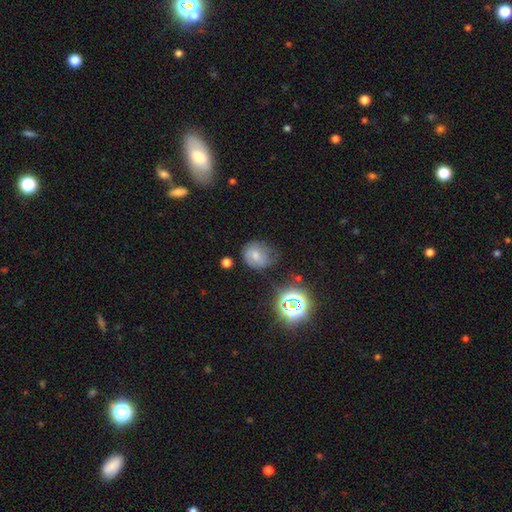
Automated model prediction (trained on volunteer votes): Smooth or featured: smooth — 62% (featured or disk — 21%)
How rounded: round — 73% (in between — 26%)
Merging: none — 54% (minor disturbance — 31%)